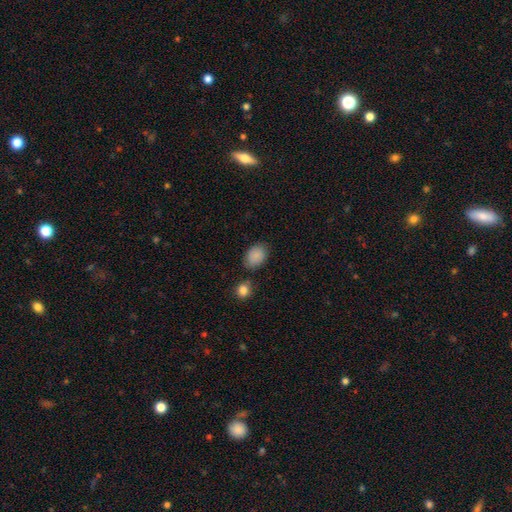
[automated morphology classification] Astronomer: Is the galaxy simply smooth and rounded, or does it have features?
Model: smooth — 88%.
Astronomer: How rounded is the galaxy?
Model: in between — 81%.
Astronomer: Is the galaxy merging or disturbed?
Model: none — 76%.